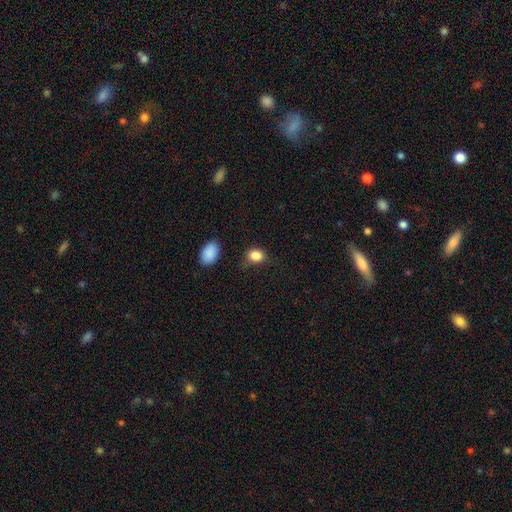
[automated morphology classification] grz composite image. It shows a smooth galaxy with no disk features (85%) that is in between round and cigar-shaped (61%). Merging: none (65%).